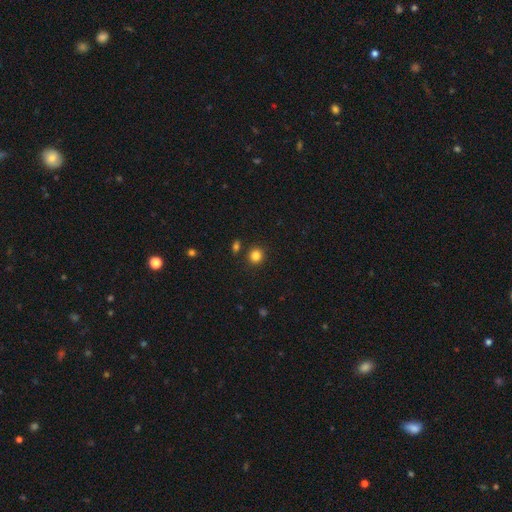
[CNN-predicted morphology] Q: Smooth or featured?
A: smooth (84%); runner-up: star or artifact (12%)
Q: How rounded?
A: round (88%); runner-up: in between (11%)
Q: Merging?
A: none (87%); runner-up: minor disturbance (7%)